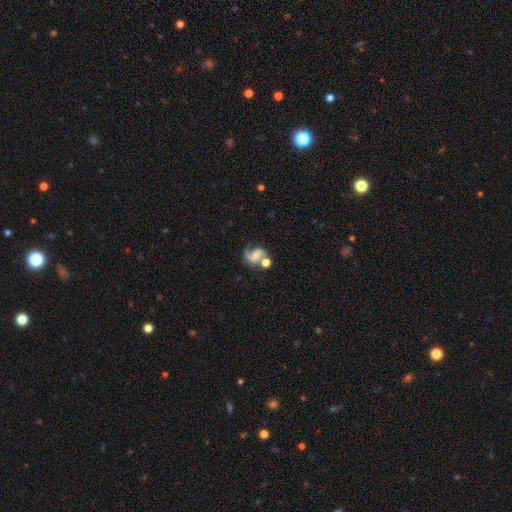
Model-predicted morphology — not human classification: Overall: featured or disk (69%). Edge-on disk: no (98%). Bar: no (53%; weak 36%). Spiral arms: yes (90%). Spiral arm count: 2 (72%). Spiral winding: medium (45%; loose 38%). Bulge size: small (43%; moderate 41%). Merging: none (42%; merger 28%).